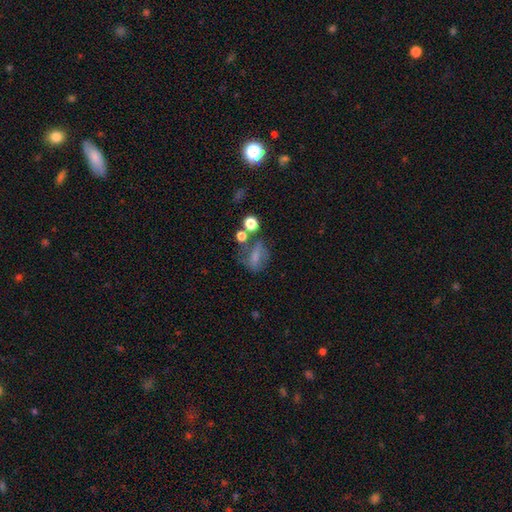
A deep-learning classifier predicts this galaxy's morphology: Smooth or featured? smooth (56%)
How rounded? in between (57%)
Merging? none (39%)